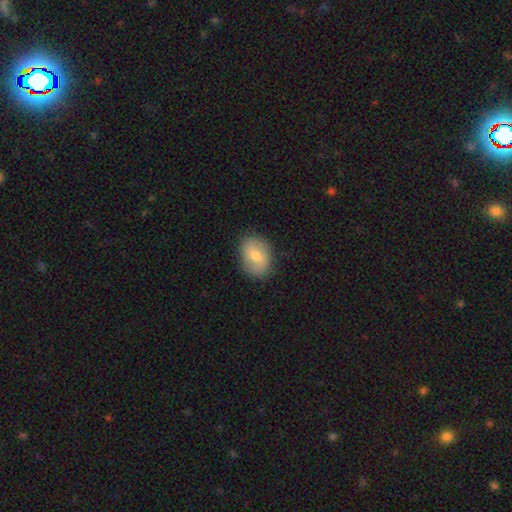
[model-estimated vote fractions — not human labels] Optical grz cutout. It shows a smooth galaxy with no disk features (64%) that is in between round and cigar-shaped (66%). Merging: none (82%).